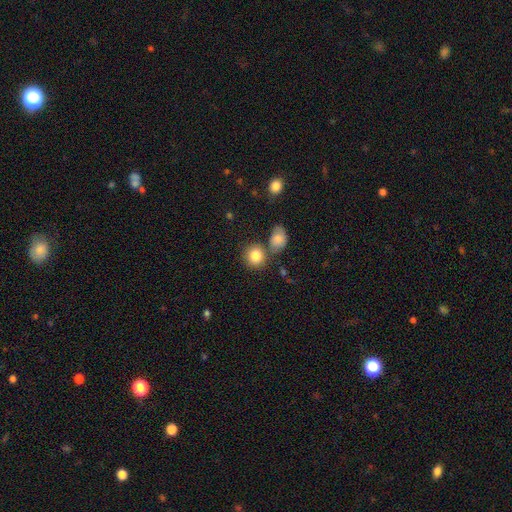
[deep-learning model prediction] This is clearly a smooth galaxy (83%). How rounded: clearly round (82%). Merging: likely none (68%).